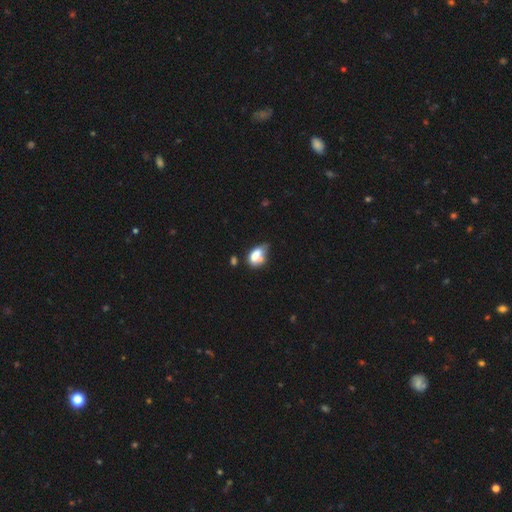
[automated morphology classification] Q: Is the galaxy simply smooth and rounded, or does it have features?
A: smooth — 67%.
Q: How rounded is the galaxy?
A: in between — 83%.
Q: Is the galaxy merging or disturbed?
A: minor disturbance — 29%.